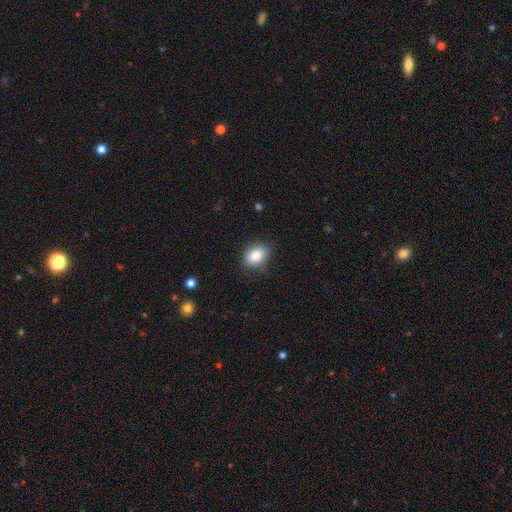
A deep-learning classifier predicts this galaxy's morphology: smooth 83%, star or artifact 9%, featured or disk 8%. Down the decision tree: how rounded — in between (72%); merging — none (81%).